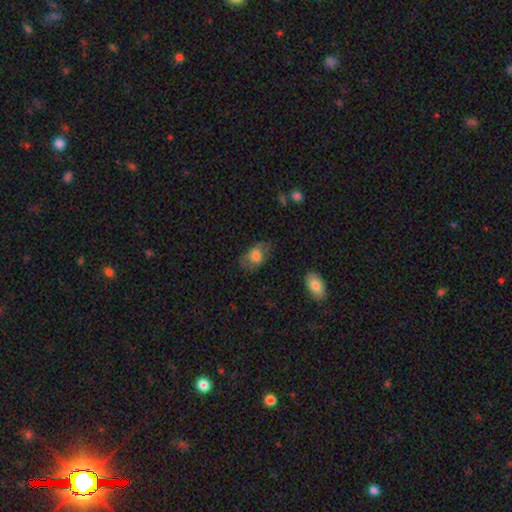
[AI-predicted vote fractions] This appears to be a smooth galaxy with no disk features (71%) that is in between round and cigar-shaped (83%). Merging: none (66%).